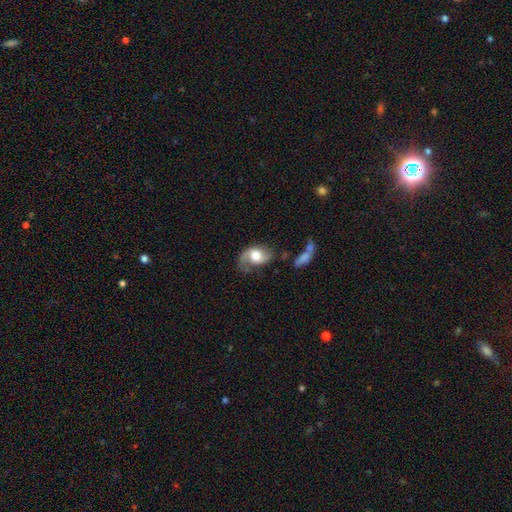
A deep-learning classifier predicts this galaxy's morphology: This appears to be a featured or disk galaxy (60%) with no bar (67%), 2 (69%) loose (55%) spiral arms (87%) and a moderate central bulge (52%). Merging: none (47%).